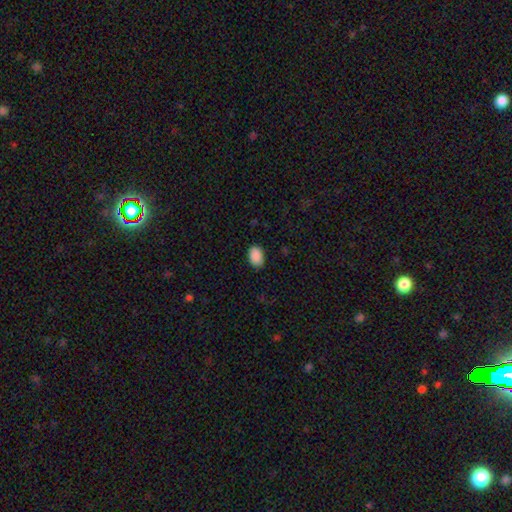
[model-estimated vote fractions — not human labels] Smooth or featured? smooth (90%)
How rounded? in between (85%)
Merging? none (86%)